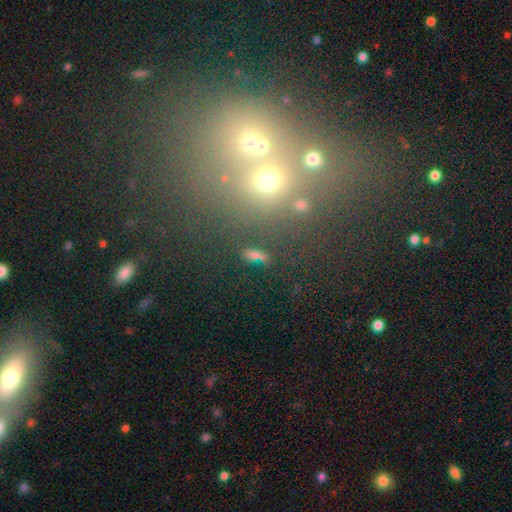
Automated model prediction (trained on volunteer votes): Smooth or featured? Predicted: smooth (p=0.66). How rounded? Predicted: in between (p=0.66). Merging? Predicted: none (p=0.61).